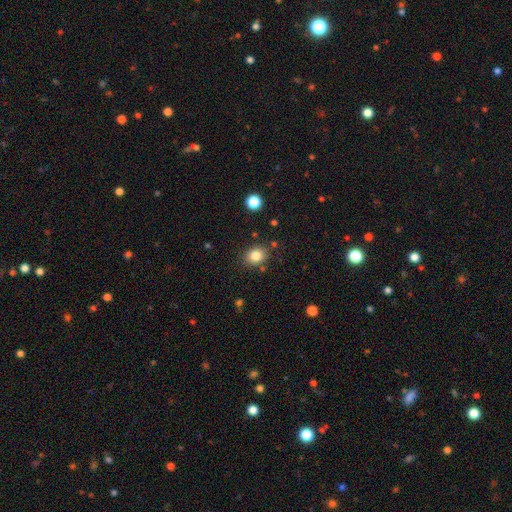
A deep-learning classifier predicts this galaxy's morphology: smooth_or_featured: smooth (p=0.82) [alt: star or artifact p=0.11]
how_rounded: round (p=0.51) [alt: in between p=0.48]
merging: none (p=0.83) [alt: minor disturbance p=0.11]